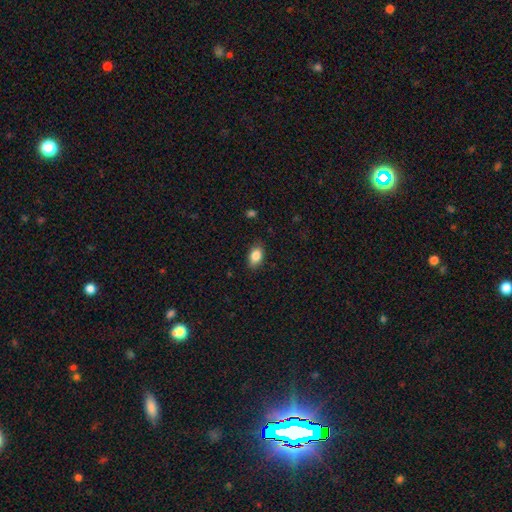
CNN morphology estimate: Overall: smooth (86%). How rounded: in between (88%). Merging: none (84%).